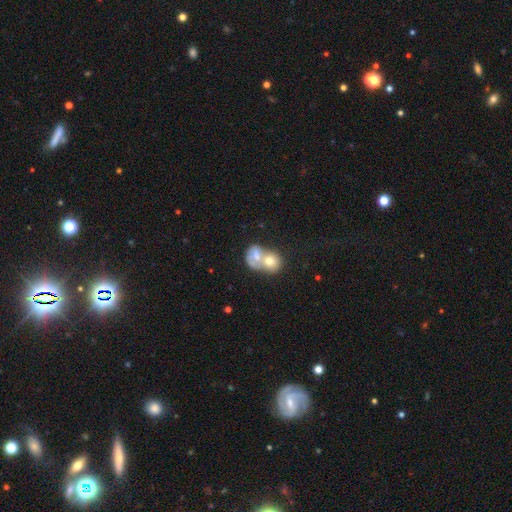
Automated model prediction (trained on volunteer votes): A smooth galaxy with no disk features (55%) that is in between round and cigar-shaped (54%).

Vote fractions:
- Smooth or featured? smooth: 55% / featured or disk: 36% / star or artifact: 9%
- How rounded? in between: 54% / round: 44% / cigar-shaped: 1%
- Merging? merger: 74% / none: 13% / major disturbance: 7% / minor disturbance: 7%